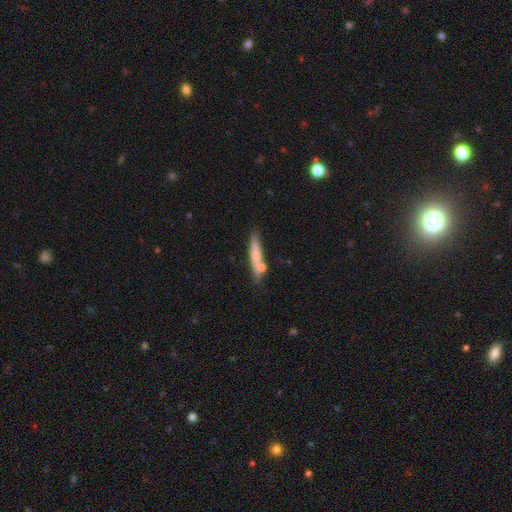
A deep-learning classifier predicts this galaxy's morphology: type=smooth (64%); roundness=cigar-shaped (89%); merging=none (66%).